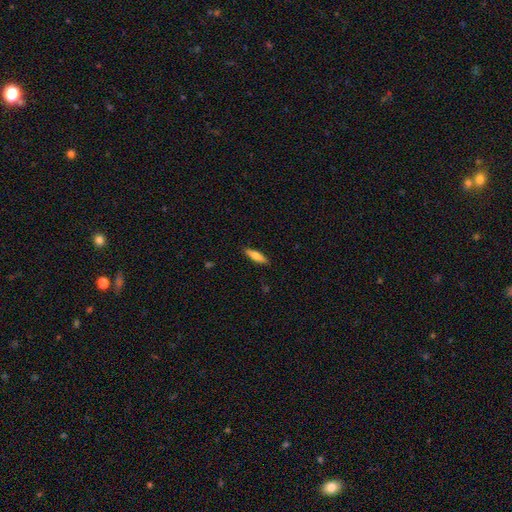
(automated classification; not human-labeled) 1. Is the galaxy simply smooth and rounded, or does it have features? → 66% smooth, 28% featured or disk, 6% star or artifact.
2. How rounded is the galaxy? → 67% cigar-shaped, 31% in between, 2% round.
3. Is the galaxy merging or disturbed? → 89% none, 8% minor disturbance, 2% major disturbance, 1% merger.